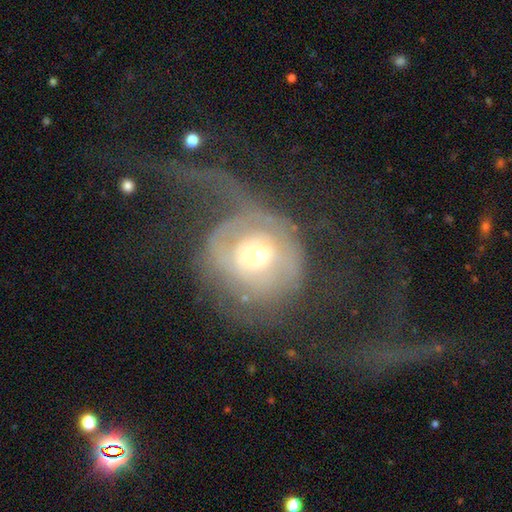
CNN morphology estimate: This appears to be a featured or disk galaxy (59%) with no bar (73%), spiral arms (54%) and a moderate central bulge (57%). Merging: major disturbance (58%).